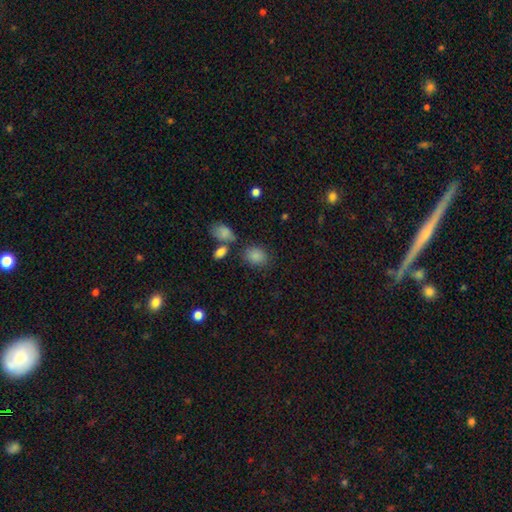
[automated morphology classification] type=smooth (85%); roundness=in between (61%); merging=none (68%).